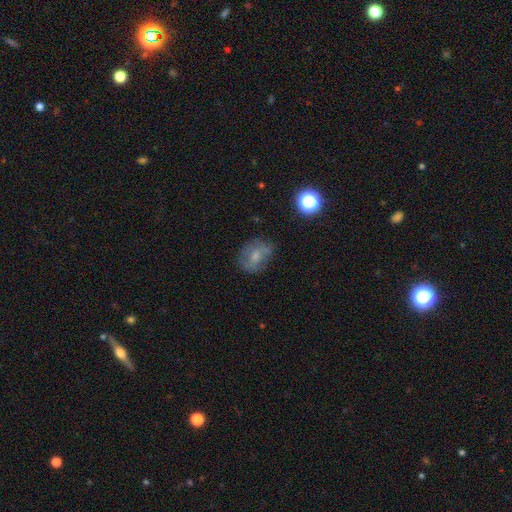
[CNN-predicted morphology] Overall: smooth (53%; featured or disk 34%). How rounded: in between (53%; round 45%). Merging: none (65%).